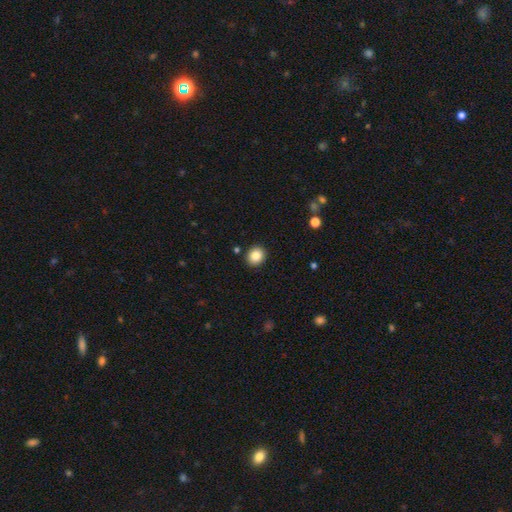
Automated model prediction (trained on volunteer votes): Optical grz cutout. It shows a smooth galaxy with no disk features (85%) that is round (74%). Merging: none (90%).